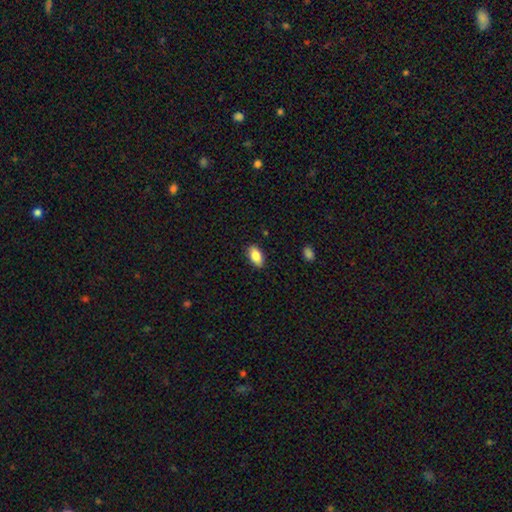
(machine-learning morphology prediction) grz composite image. It shows a smooth galaxy with no disk features (85%) that is in between round and cigar-shaped (92%). Merging: none (87%).